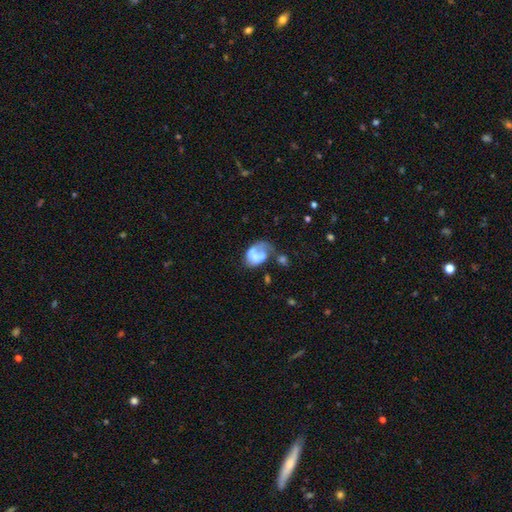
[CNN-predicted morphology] smooth-or-featured: smooth: 45% (tied) | featured or disk: 45% (tied) | star or artifact: 9%
  merging: major disturbance: 31% | merger: 30% | none: 21% | minor disturbance: 19%